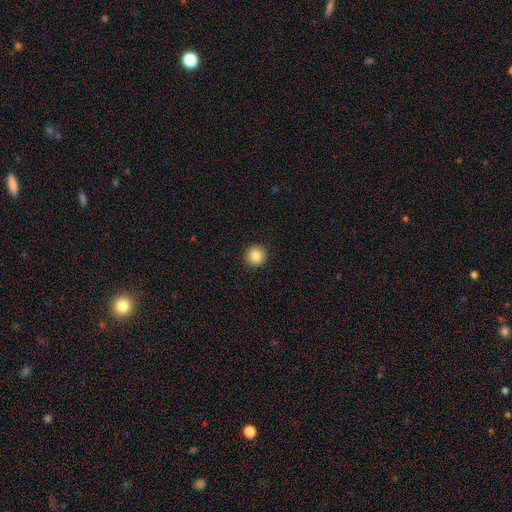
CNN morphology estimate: Q: Smooth or featured?
A: smooth (86%); runner-up: star or artifact (10%)
Q: How rounded?
A: round (96%); runner-up: in between (3%)
Q: Merging?
A: none (93%); runner-up: minor disturbance (4%)